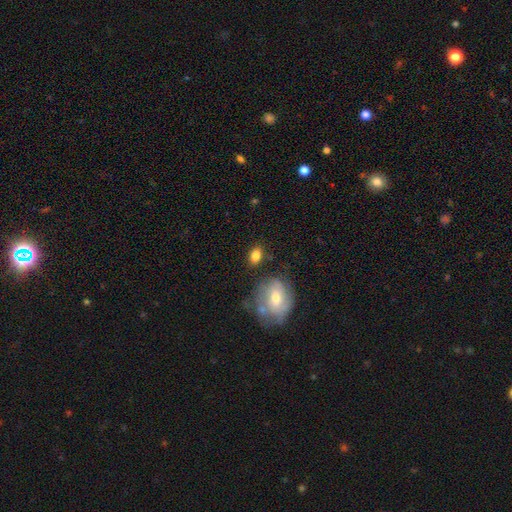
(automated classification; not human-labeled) Smooth or featured?
  - smooth: 83% *
  - featured or disk: 9%
  - star or artifact: 8%
How rounded?
  - in between: 83% *
  - round: 14%
  - cigar-shaped: 3%
Merging?
  - none: 78% *
  - minor disturbance: 13%
  - merger: 6%
  - major disturbance: 4%